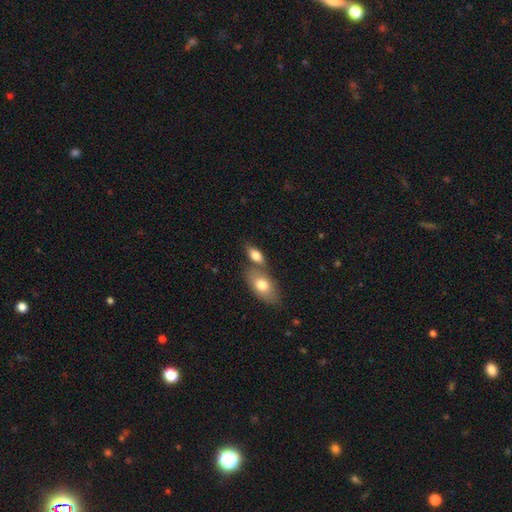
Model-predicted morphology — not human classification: This is likely a smooth galaxy (78%). How rounded: clearly in between (85%). Merging: possibly none (46%).